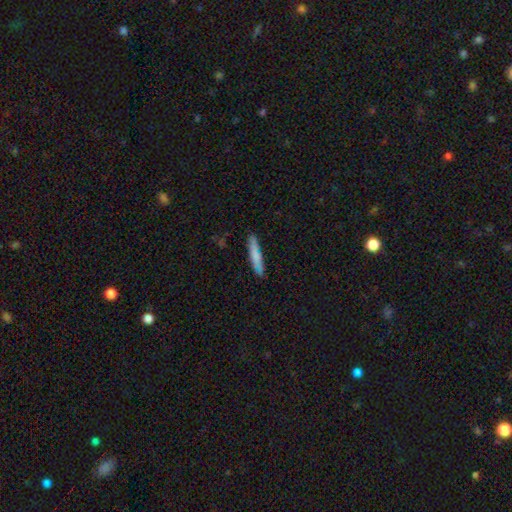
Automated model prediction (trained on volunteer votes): Overall: smooth (75%). How rounded: cigar-shaped (91%). Merging: none (85%).